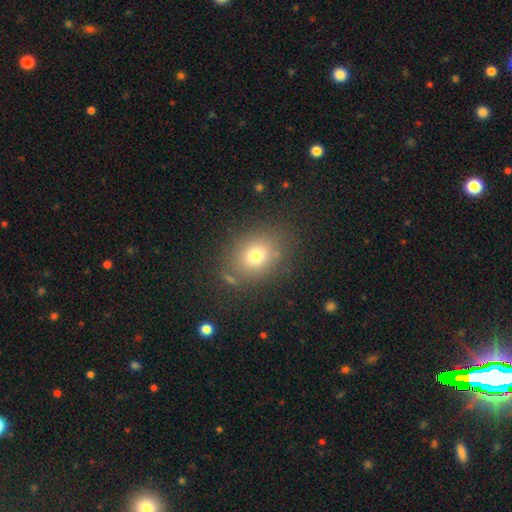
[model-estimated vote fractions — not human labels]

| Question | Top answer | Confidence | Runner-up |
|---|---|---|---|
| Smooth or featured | smooth | 74% | star or artifact (14%) |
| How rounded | round | 56% | in between (43%) |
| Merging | none | 79% | minor disturbance (12%) |